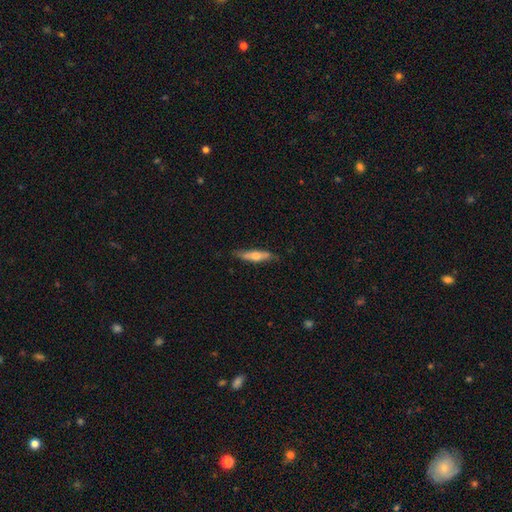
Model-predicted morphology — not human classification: This appears to be a smooth galaxy with no disk features (52%) that is cigar-shaped (77%). Merging: none (80%).